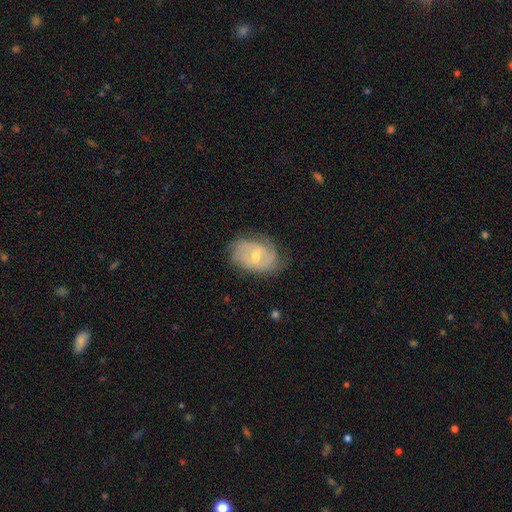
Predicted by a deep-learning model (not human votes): The model was most divided on "spiral arm count": 2: 41%, can't tell: 34%, 3: 12%, 1: 6%, 4: 3%, more than 4: 2%. More confident: edge-on disk — no (95%); spiral arms — yes (83%); smooth or featured — featured or disk (70%); merging — none (68%); bulge size — moderate (58%); spiral winding — tight (53%); bar — no (51%).